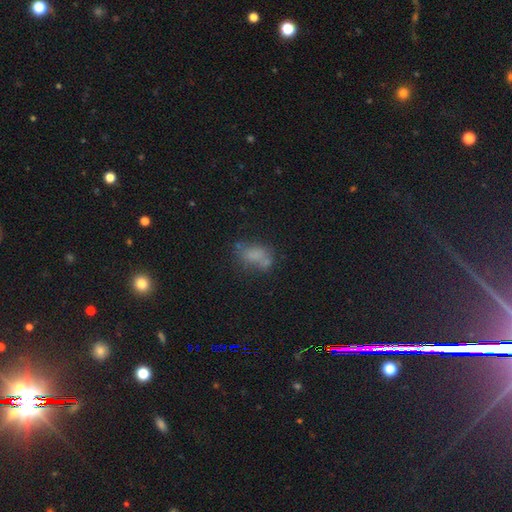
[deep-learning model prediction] smooth-or-featured: smooth: 64% | featured or disk: 20% | star or artifact: 16%
  how-rounded: in between: 81% | round: 15% | cigar-shaped: 4%
  merging: none: 45% | minor disturbance: 21% | merger: 20% | major disturbance: 14%